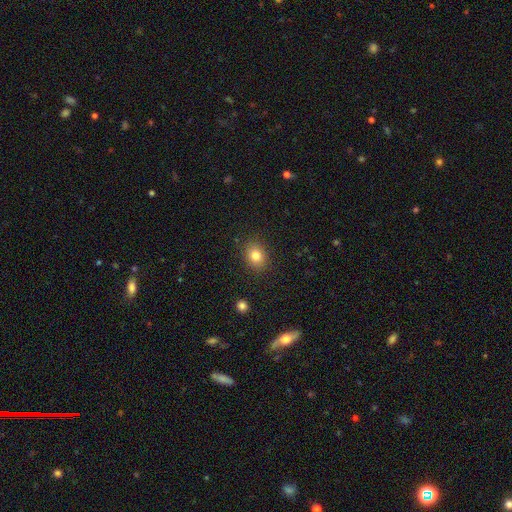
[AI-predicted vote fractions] smooth-or-featured: smooth: 81% | star or artifact: 11% | featured or disk: 8%
  how-rounded: round: 51% | in between: 48% | cigar-shaped: 1%
  merging: none: 88% | minor disturbance: 9% | major disturbance: 3% | merger: 1%